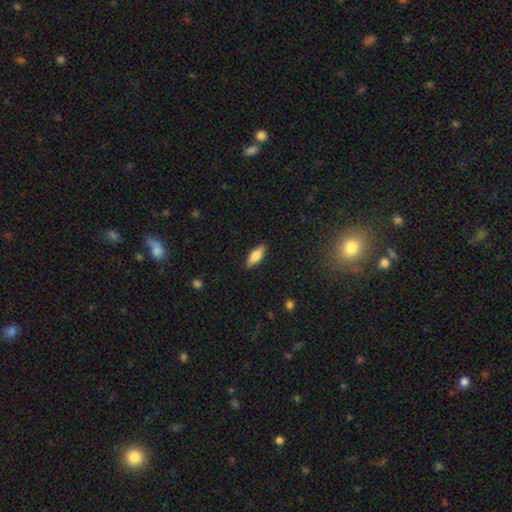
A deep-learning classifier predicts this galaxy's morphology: Smooth or featured: smooth — 65% (featured or disk — 29%)
How rounded: in between — 60% (cigar-shaped — 38%)
Merging: none — 88% (minor disturbance — 9%)